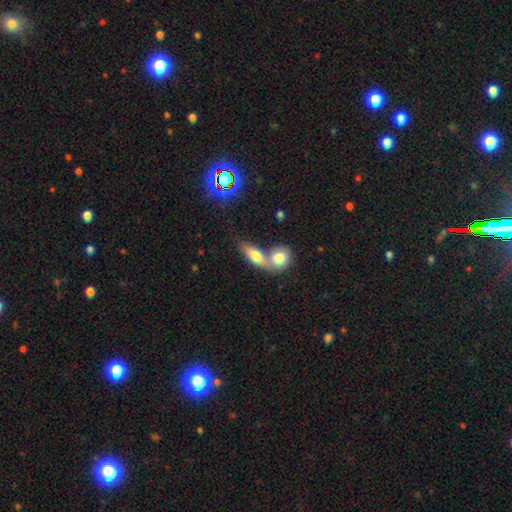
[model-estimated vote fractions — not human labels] The model was most divided on "merging": merger: 67%, none: 23%, minor disturbance: 6%, major disturbance: 4%. More confident: smooth or featured — smooth (74%); how rounded — in between (73%).